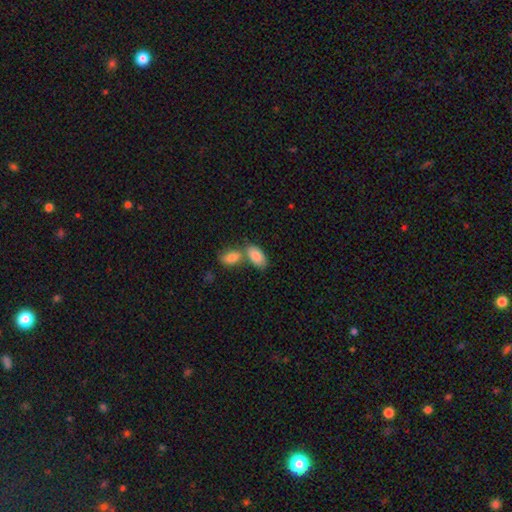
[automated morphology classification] smooth_or_featured: smooth (p=0.85) [alt: featured or disk p=0.08]
how_rounded: in between (p=0.94) [alt: round p=0.03]
merging: merger (p=0.46) [alt: none p=0.41]